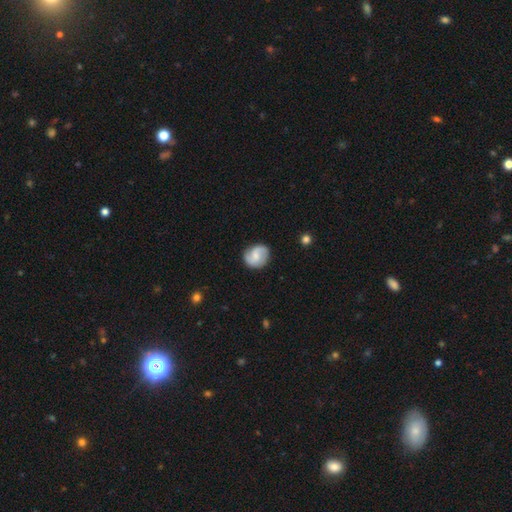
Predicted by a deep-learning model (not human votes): This is possibly a featured or disk galaxy (56%). It is clearly not viewed edge-on (98%). Bar: possibly no (51%). Spiral arm pattern: clearly yes (92%). Spiral arm count: clearly 2 (84%). Spiral winding: marginally medium (44%). Central bulge: possibly small (47%). Merging: likely none (79%).